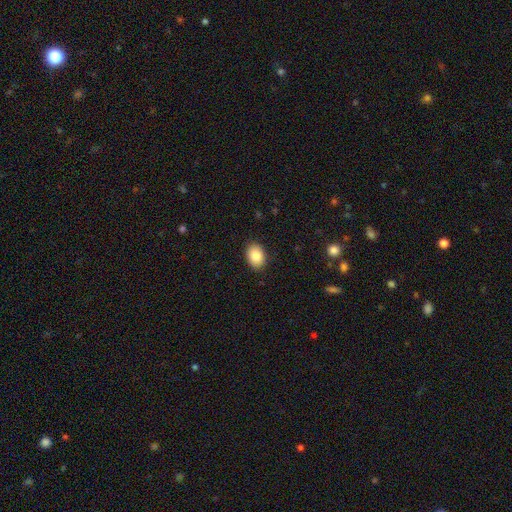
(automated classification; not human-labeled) Morphology: type=smooth (86%); roundness=in between (78%); merging=none (89%).